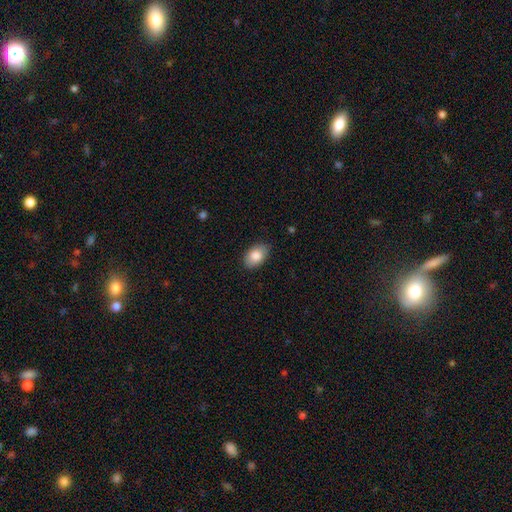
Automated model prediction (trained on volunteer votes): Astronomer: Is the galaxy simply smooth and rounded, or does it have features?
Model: smooth — 85%.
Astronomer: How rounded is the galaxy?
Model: in between — 88%.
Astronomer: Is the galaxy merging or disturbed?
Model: none — 83%.